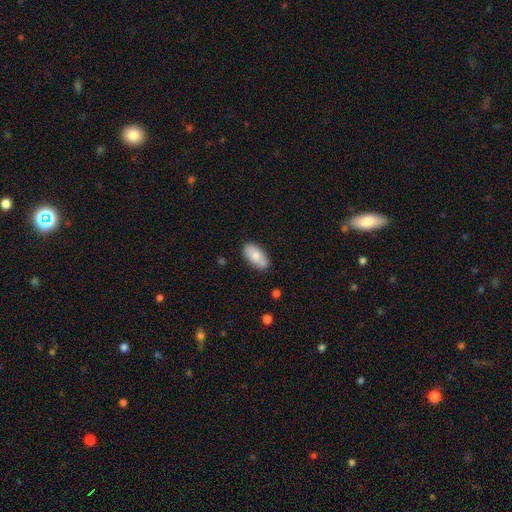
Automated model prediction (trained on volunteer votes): A smooth galaxy with no disk features (76%) that is in between round and cigar-shaped (94%).

Vote fractions:
- Smooth or featured? smooth: 76% / featured or disk: 18% / star or artifact: 6%
- How rounded? in between: 94% / cigar-shaped: 4% / round: 3%
- Merging? none: 80% / minor disturbance: 15% / merger: 3% / major disturbance: 3%